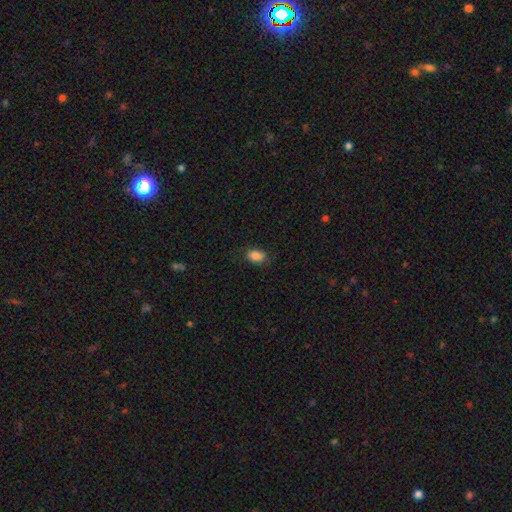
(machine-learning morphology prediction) Q: Smooth or featured?
A: smooth (87%); runner-up: star or artifact (9%)
Q: How rounded?
A: in between (85%); runner-up: round (13%)
Q: Merging?
A: none (78%); runner-up: minor disturbance (16%)